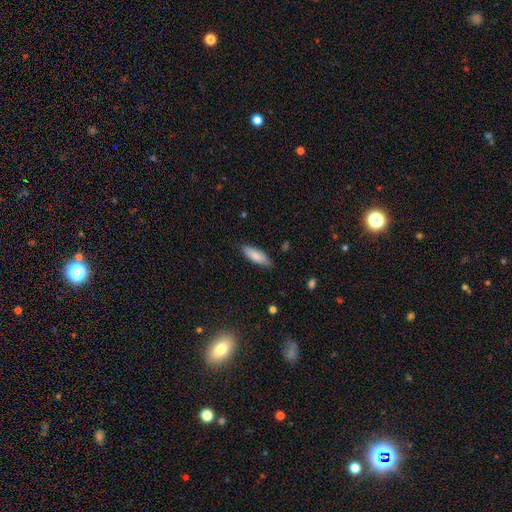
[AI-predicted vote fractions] This is clearly a smooth galaxy (84%). How rounded: possibly in between (59%). Merging: clearly none (84%).